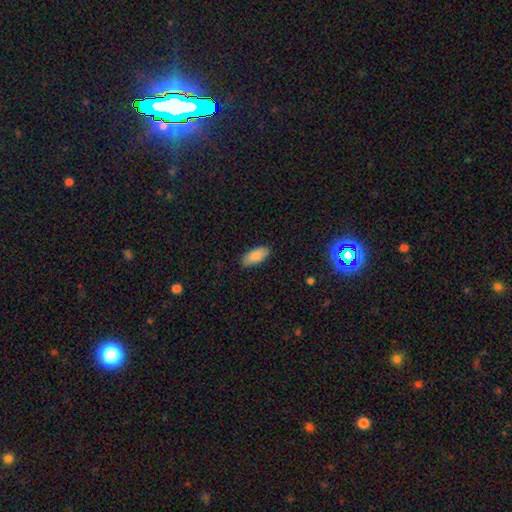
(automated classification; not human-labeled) A smooth galaxy with no disk features (87%) that is in between round and cigar-shaped (88%). Merging: none (84%).